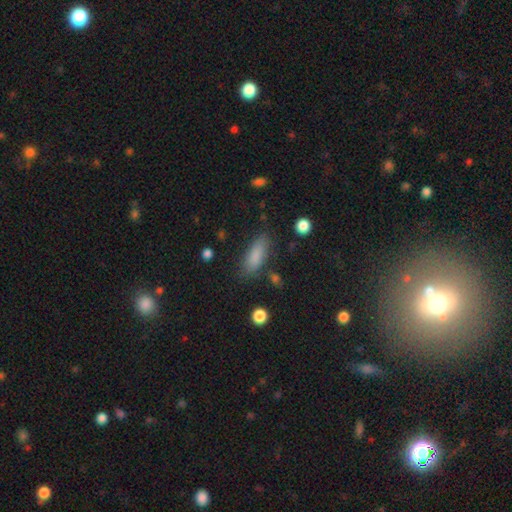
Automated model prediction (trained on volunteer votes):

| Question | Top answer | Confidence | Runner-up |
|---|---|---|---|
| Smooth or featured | smooth | 84% | featured or disk (8%) |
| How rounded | in between | 68% | cigar-shaped (30%) |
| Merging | none | 78% | minor disturbance (15%) |